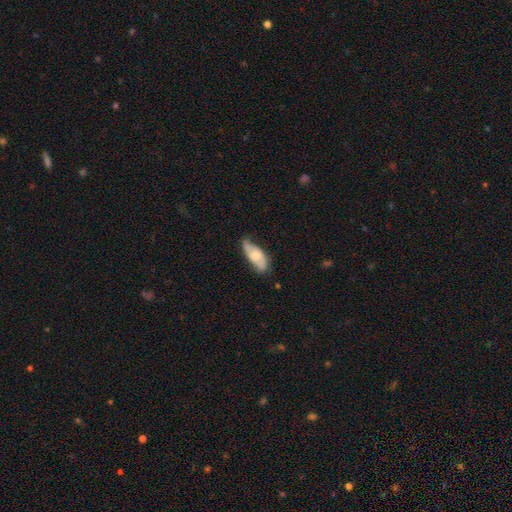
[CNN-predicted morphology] This appears to be a smooth galaxy with no disk features (52%) that is in between round and cigar-shaped (79%). Merging: none (59%).